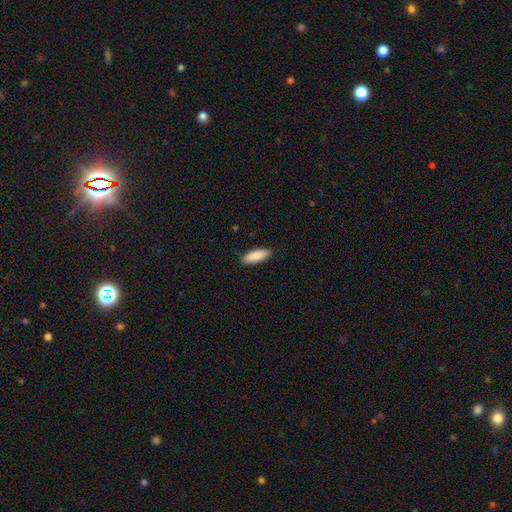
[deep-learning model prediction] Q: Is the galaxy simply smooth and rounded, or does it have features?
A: smooth — 89%.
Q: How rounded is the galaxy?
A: in between — 64%.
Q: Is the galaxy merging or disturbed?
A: none — 89%.